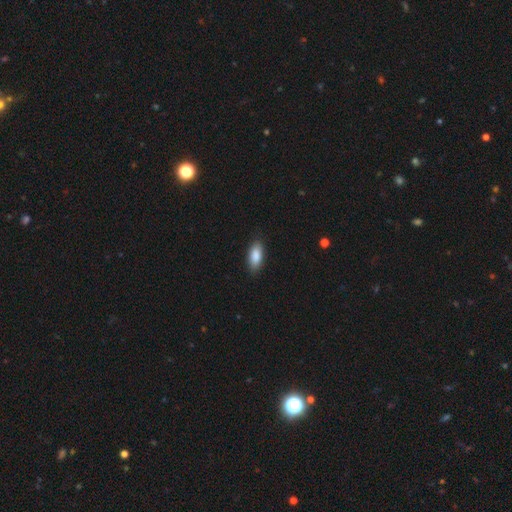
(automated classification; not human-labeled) smooth 88%, star or artifact 6%, featured or disk 6%. Down the decision tree: how rounded — in between (87%); merging — none (87%).